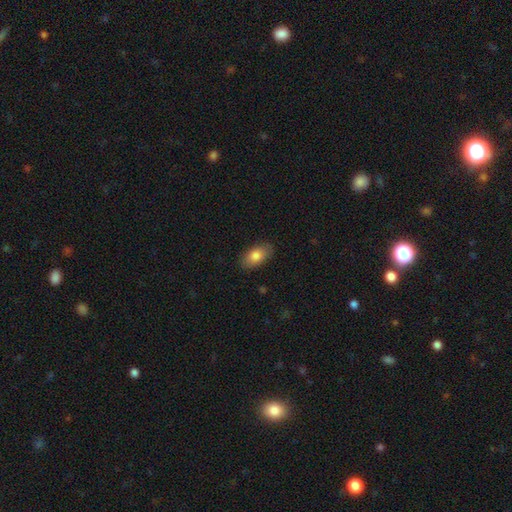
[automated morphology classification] type=smooth (82%); roundness=in between (92%); merging=none (86%).